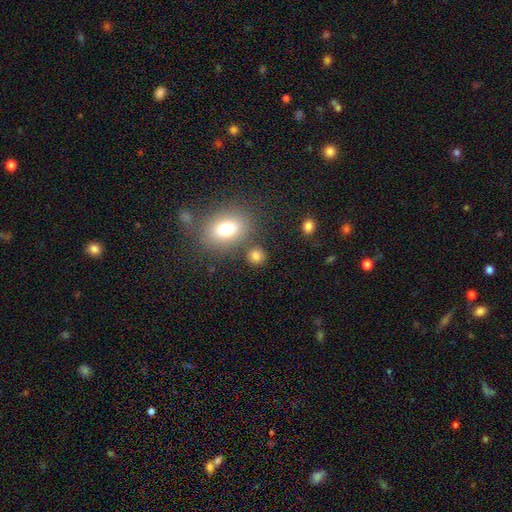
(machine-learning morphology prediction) Q: Smooth or featured?
A: smooth (80%); runner-up: star or artifact (13%)
Q: How rounded?
A: round (81%); runner-up: in between (18%)
Q: Merging?
A: none (77%); runner-up: merger (11%)